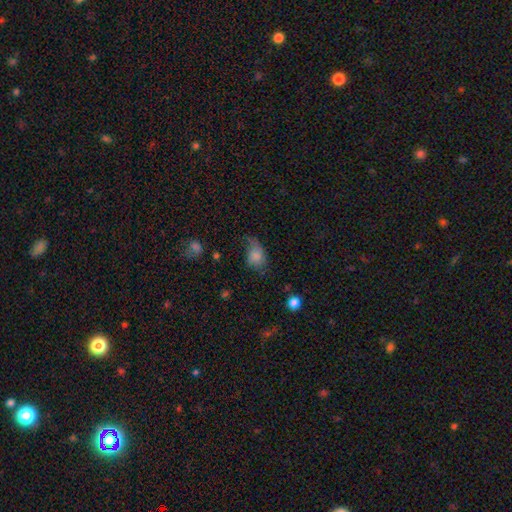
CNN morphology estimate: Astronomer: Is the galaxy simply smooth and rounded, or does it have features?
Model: smooth — 71%.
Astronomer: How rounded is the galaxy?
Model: in between — 79%.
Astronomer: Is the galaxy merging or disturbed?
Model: minor disturbance — 36% (runner-up: major disturbance, 33%).